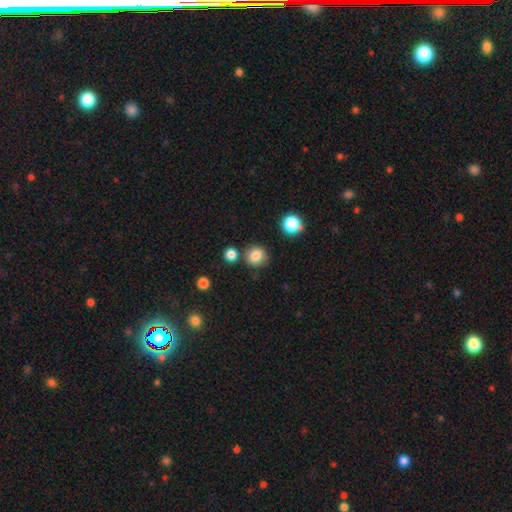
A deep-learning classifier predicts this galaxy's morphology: Q: Smooth or featured?
A: smooth (82%); runner-up: star or artifact (12%)
Q: How rounded?
A: round (83%); runner-up: in between (16%)
Q: Merging?
A: none (80%); runner-up: minor disturbance (10%)